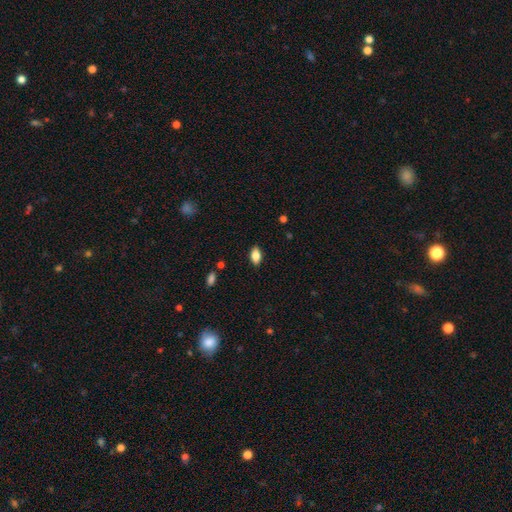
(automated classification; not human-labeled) smooth 83%, featured or disk 9%, star or artifact 8%. Down the decision tree: how rounded — in between (90%); merging — none (87%).